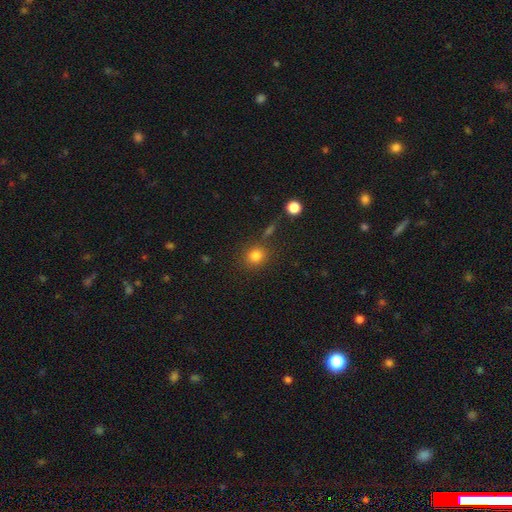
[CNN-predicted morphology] This appears to be a smooth galaxy with no disk features (82%) that is round (79%). Merging: none (79%).